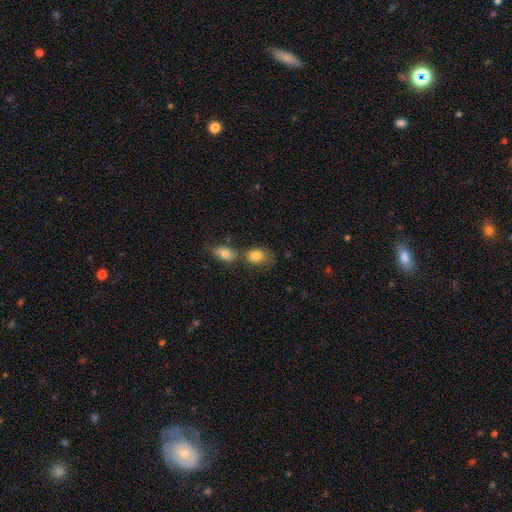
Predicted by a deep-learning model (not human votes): A smooth galaxy with no disk features (82%) that is in between round and cigar-shaped (75%).

Vote fractions:
- Smooth or featured? smooth: 82% / featured or disk: 9% / star or artifact: 9%
- How rounded? in between: 75% / round: 23% / cigar-shaped: 2%
- Merging? none: 46% / merger: 31% / minor disturbance: 17% / major disturbance: 6%